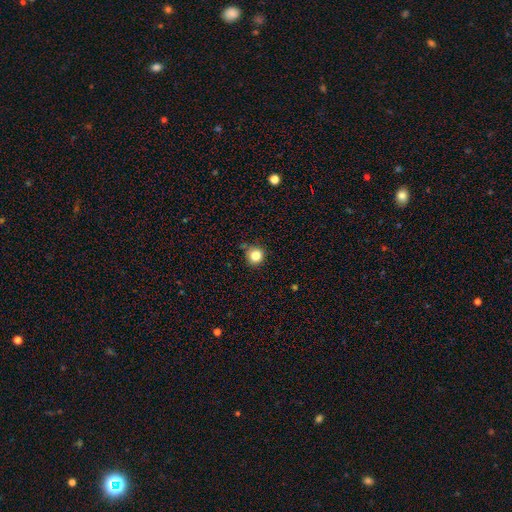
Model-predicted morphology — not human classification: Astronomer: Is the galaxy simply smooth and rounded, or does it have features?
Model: smooth — 83%.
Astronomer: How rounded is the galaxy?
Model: round — 93%.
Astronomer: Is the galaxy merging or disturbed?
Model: none — 79%.